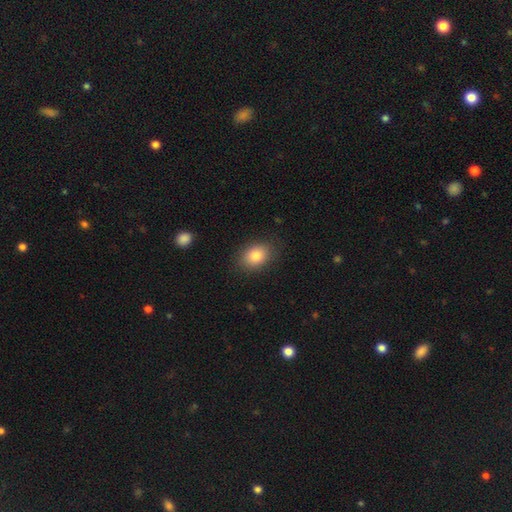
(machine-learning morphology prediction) smooth-or-featured: smooth: 83% | star or artifact: 9% | featured or disk: 9%
  how-rounded: in between: 69% | round: 30% | cigar-shaped: 1%
  merging: none: 85% | minor disturbance: 11% | major disturbance: 3% | merger: 1%